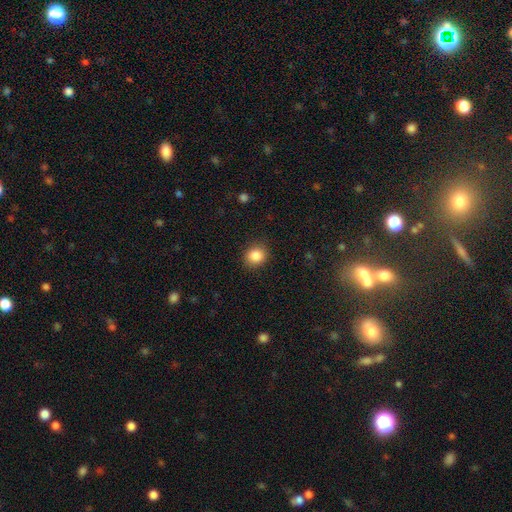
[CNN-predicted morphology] Smooth or featured?
  - smooth: 87% *
  - star or artifact: 9%
  - featured or disk: 4%
How rounded?
  - round: 77% *
  - in between: 23%
  - cigar-shaped: 1%
Merging?
  - none: 87% *
  - minor disturbance: 9%
  - major disturbance: 3%
  - merger: 1%